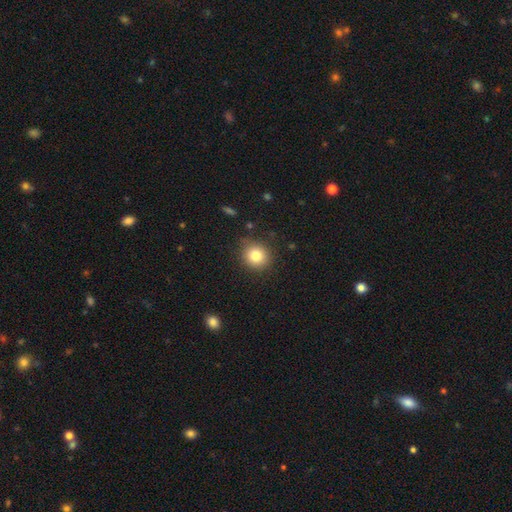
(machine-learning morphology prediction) Smooth or featured? smooth (81%)
How rounded? round (85%)
Merging? none (85%)